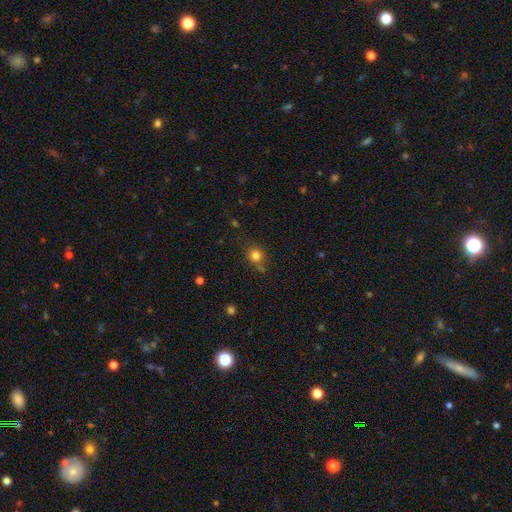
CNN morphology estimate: Q: Smooth or featured?
A: smooth (80%); runner-up: star or artifact (13%)
Q: How rounded?
A: round (79%); runner-up: in between (20%)
Q: Merging?
A: none (72%); runner-up: minor disturbance (16%)